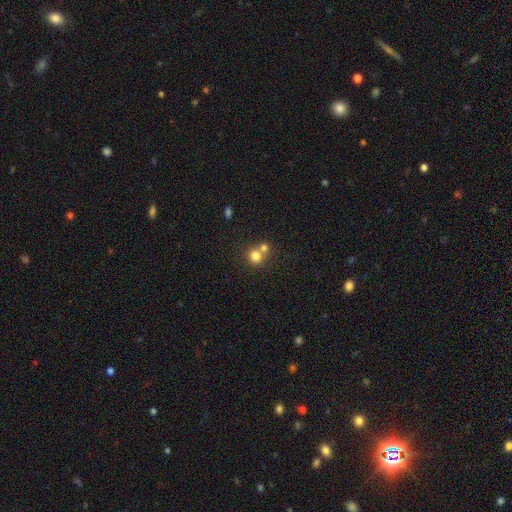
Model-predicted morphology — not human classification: Smooth or featured? smooth (78%)
How rounded? round (83%)
Merging? merger (47%)